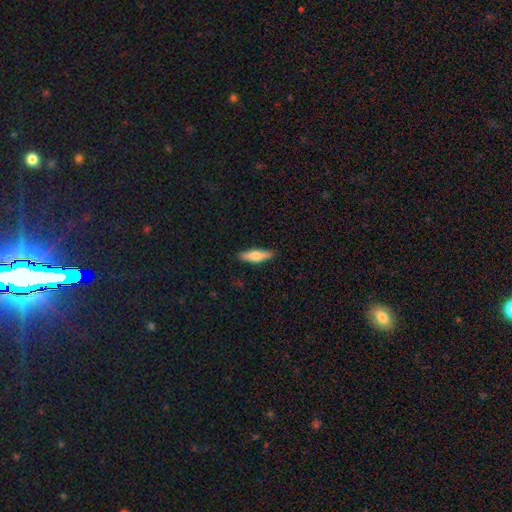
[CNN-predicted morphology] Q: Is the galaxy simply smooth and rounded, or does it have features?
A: smooth — 65%.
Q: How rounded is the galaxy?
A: cigar-shaped — 58%.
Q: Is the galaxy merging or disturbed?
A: none — 88%.